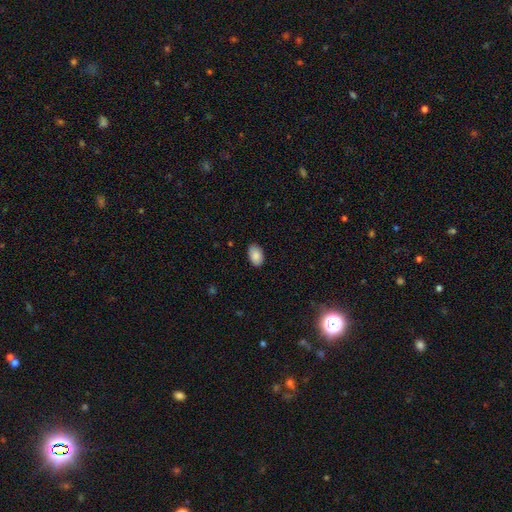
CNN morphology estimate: Smooth or featured? smooth (88%)
How rounded? in between (90%)
Merging? none (85%)